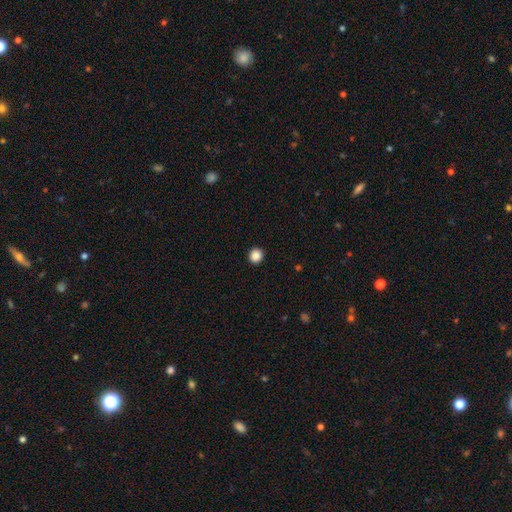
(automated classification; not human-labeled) Smooth or featured?
  - smooth: 88% *
  - star or artifact: 10%
  - featured or disk: 3%
How rounded?
  - round: 91% *
  - in between: 8%
  - cigar-shaped: 1%
Merging?
  - none: 93% *
  - minor disturbance: 4%
  - major disturbance: 1%
  - merger: 1%